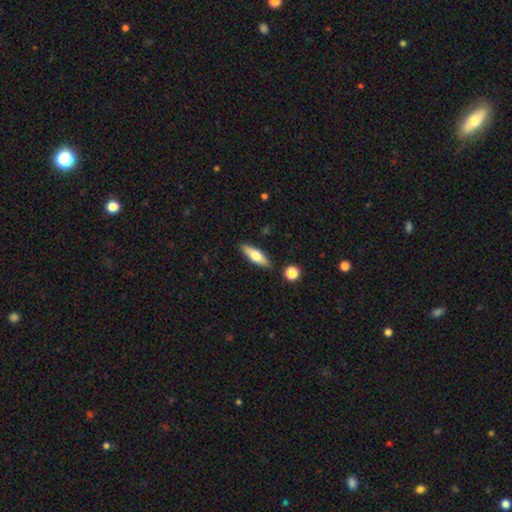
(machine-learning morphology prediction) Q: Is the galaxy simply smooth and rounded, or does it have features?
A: smooth — 58%.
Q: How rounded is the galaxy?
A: in between — 51%.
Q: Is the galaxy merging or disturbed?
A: none — 86%.